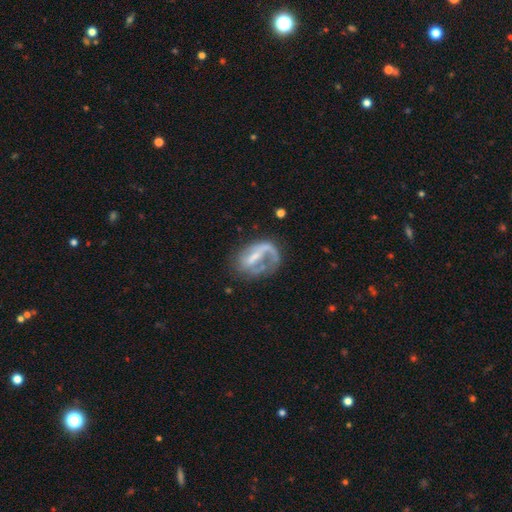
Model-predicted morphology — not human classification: Smooth or featured?
  - featured or disk: 69% *
  - smooth: 24%
  - star or artifact: 8%
Edge-on disk?
  - no: 96% *
  - yes: 4%
Bar?
  - weak: 43% *
  - no: 29%
  - strong: 27%
Spiral arms?
  - yes: 67% *
  - no: 33%
Bulge size?
  - small: 39% *
  - moderate: 29%
  - none: 27%
  - large: 4%
  - dominant: 1%
Merging?
  - major disturbance: 40% *
  - none: 36%
  - minor disturbance: 19%
  - merger: 5%